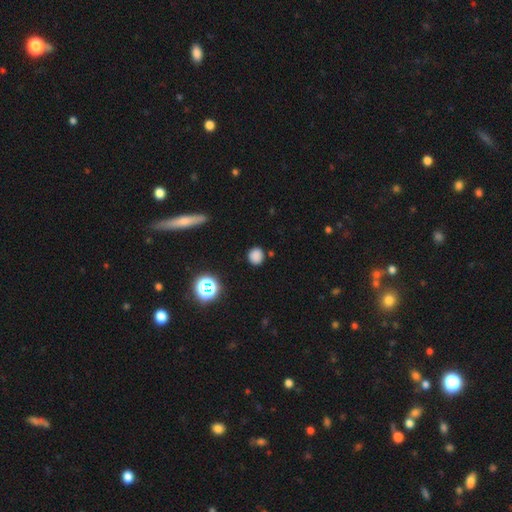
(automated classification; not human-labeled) The model was most divided on "smooth or featured": smooth: 80%, star or artifact: 16%, featured or disk: 5%. More confident: merging — none (86%); how rounded — round (84%).